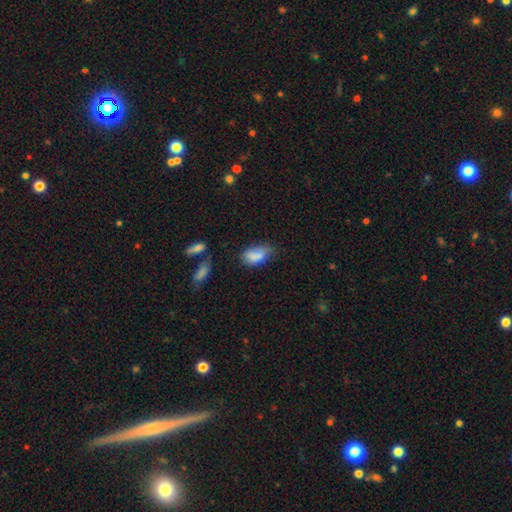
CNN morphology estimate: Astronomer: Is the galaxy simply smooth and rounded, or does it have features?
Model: smooth — 80%.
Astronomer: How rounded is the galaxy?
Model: in between — 91%.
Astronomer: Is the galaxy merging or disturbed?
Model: none — 44% (runner-up: minor disturbance, 35%).